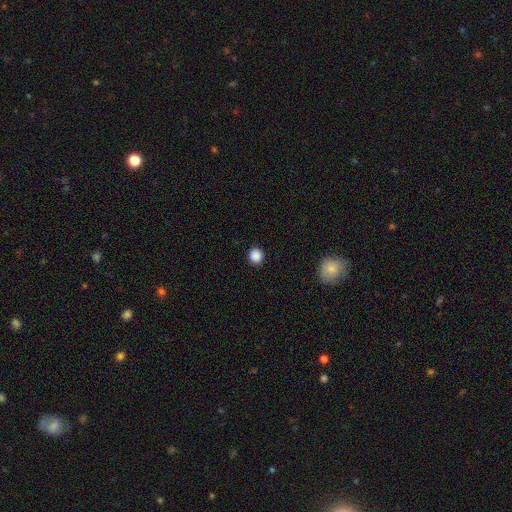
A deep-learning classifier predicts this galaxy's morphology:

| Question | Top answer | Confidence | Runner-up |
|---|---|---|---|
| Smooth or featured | smooth | 88% | star or artifact (10%) |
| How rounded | round | 88% | in between (11%) |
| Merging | none | 92% | minor disturbance (5%) |